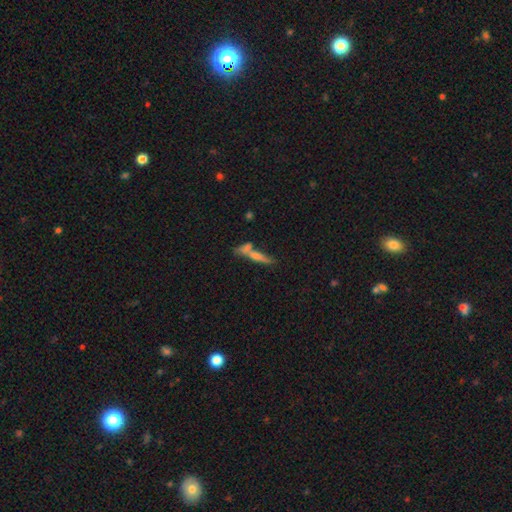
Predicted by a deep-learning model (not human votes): Smooth or featured: smooth — 51% (featured or disk — 37%)
How rounded: cigar-shaped — 85% (in between — 12%)
Merging: none — 55% (merger — 27%)